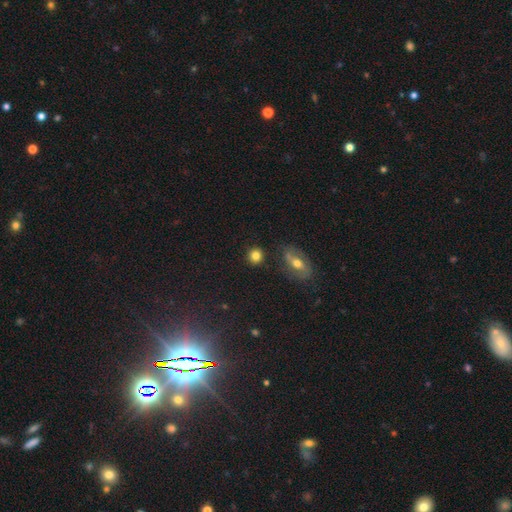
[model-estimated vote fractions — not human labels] A smooth galaxy with no disk features (81%) that is round (89%).

Vote fractions:
- Smooth or featured? smooth: 81% / star or artifact: 11% / featured or disk: 8%
- How rounded? round: 89% / in between: 10% / cigar-shaped: 1%
- Merging? none: 84% / minor disturbance: 9% / merger: 4% / major disturbance: 3%